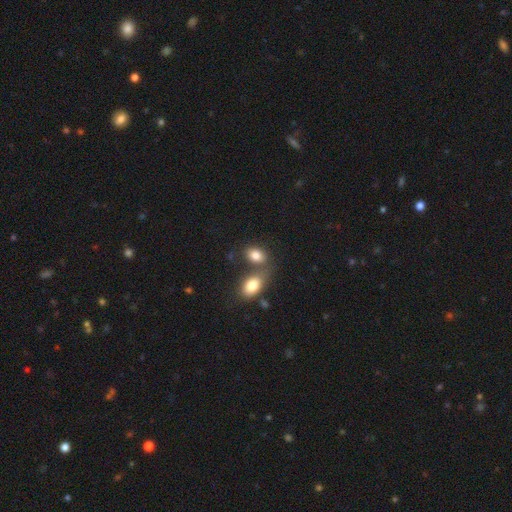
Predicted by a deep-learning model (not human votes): Overall: smooth (82%). How rounded: in between (83%). Merging: merger (44%; none 41%).